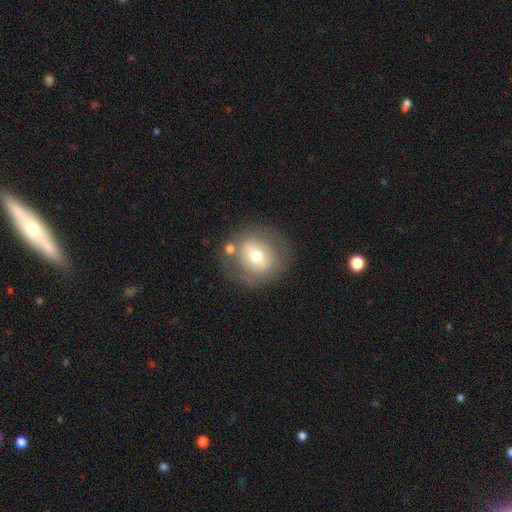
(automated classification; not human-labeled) smooth_or_featured: smooth (p=0.58) [alt: featured or disk p=0.33]
how_rounded: round (p=0.85) [alt: in between p=0.14]
merging: none (p=0.75) [alt: minor disturbance p=0.13]